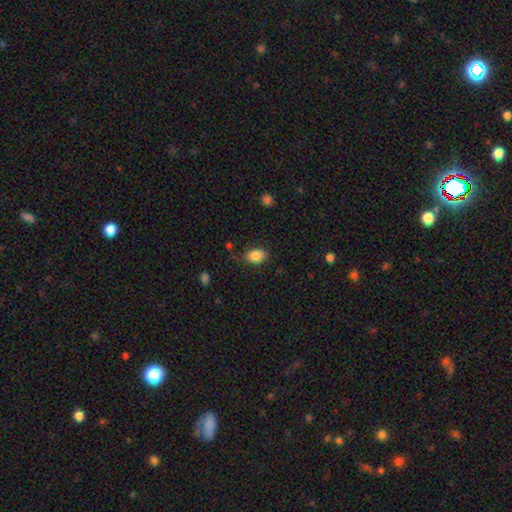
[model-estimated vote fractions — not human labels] Smooth or featured?
  - smooth: 87% *
  - star or artifact: 8%
  - featured or disk: 5%
How rounded?
  - in between: 80% *
  - round: 19%
  - cigar-shaped: 1%
Merging?
  - none: 78% *
  - minor disturbance: 16%
  - major disturbance: 4%
  - merger: 2%